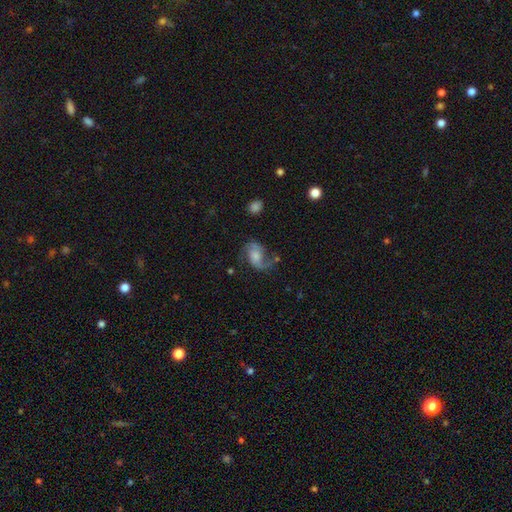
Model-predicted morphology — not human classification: type=featured or disk (72%); edge-on=no (98%); bar=no (59%); spiral arms=yes (92%); winding=medium (44%); arm count=2 (81%); bulge=moderate (41%); merging=none (53%).